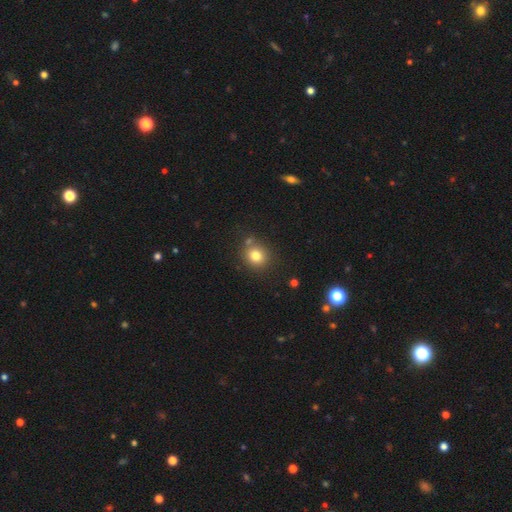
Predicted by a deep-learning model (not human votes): Smooth or featured? smooth (79%)
How rounded? round (79%)
Merging? none (75%)